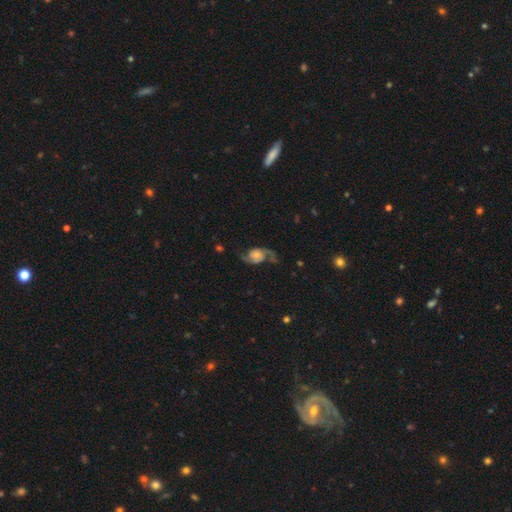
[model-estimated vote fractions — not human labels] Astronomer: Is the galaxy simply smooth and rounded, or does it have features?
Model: featured or disk — 84%.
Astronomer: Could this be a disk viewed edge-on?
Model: no — 97%.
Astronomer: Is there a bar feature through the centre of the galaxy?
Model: no — 68%.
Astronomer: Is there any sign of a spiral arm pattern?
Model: yes — 96%.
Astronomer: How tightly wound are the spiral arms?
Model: loose — 55% (runner-up: medium, 35%).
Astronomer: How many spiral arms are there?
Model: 2 — 93%.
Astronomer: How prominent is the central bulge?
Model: small — 31% (runner-up: moderate, 27%).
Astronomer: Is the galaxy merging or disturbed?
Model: none — 70%.